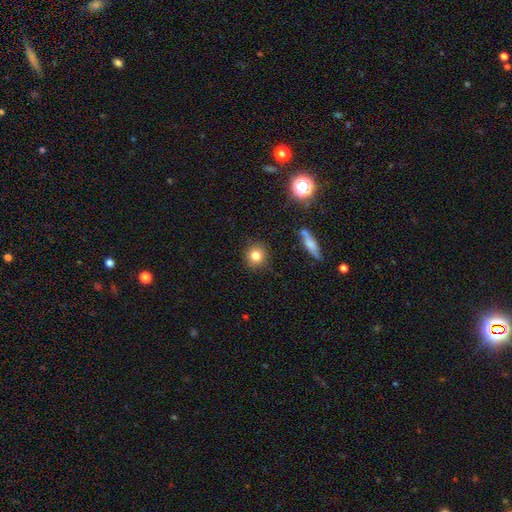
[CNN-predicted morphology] Q: Smooth or featured?
A: smooth (81%); runner-up: star or artifact (11%)
Q: How rounded?
A: round (89%); runner-up: in between (10%)
Q: Merging?
A: none (88%); runner-up: minor disturbance (8%)